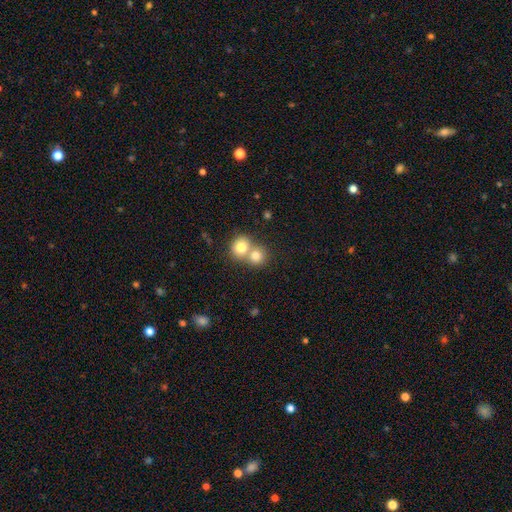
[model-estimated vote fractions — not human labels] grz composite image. It shows a smooth galaxy with no disk features (78%) that is round (81%). Merging: merger (59%).